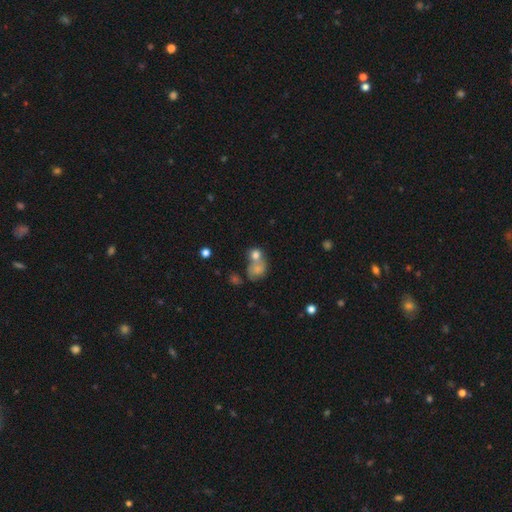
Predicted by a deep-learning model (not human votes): A smooth galaxy with no disk features (76%) that is round (69%). Merging: merger (54%).